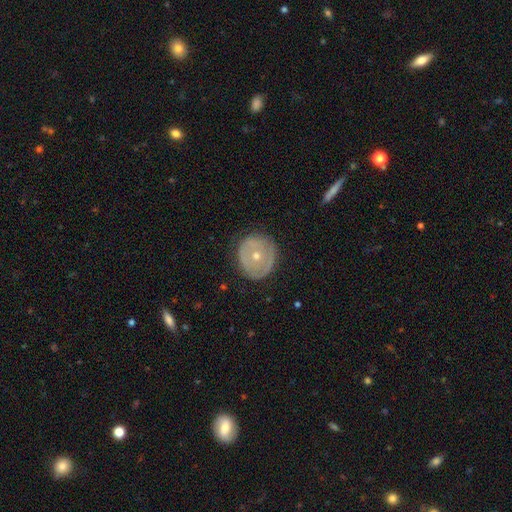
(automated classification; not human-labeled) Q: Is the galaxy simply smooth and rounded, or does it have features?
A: featured or disk — 55%.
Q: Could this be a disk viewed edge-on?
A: no — 95%.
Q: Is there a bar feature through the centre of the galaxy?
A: no — 88%.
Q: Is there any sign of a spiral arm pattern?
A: no — 74%.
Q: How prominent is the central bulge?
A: moderate — 51%.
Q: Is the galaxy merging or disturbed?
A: none — 80%.